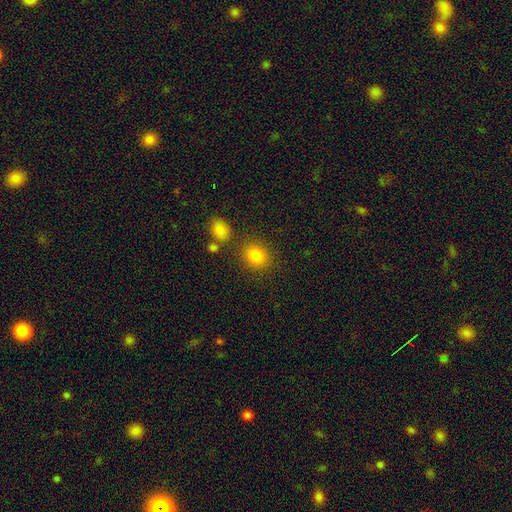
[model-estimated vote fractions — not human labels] smooth 83%, star or artifact 12%, featured or disk 6%. Down the decision tree: how rounded — round (67%); merging — none (79%).